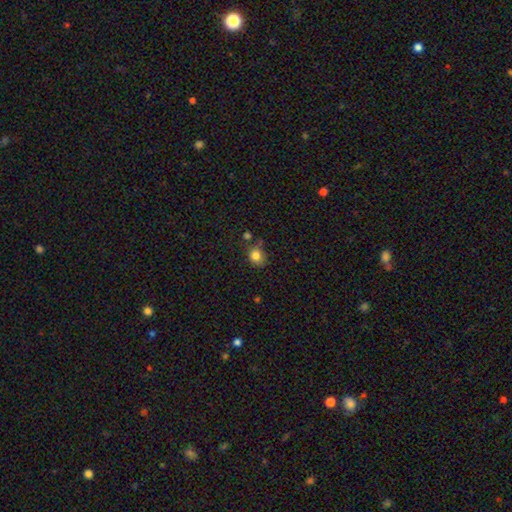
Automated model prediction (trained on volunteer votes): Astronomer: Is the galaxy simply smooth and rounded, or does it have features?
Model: smooth — 81%.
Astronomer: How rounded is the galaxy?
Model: round — 67%.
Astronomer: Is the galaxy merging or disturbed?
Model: none — 62%.